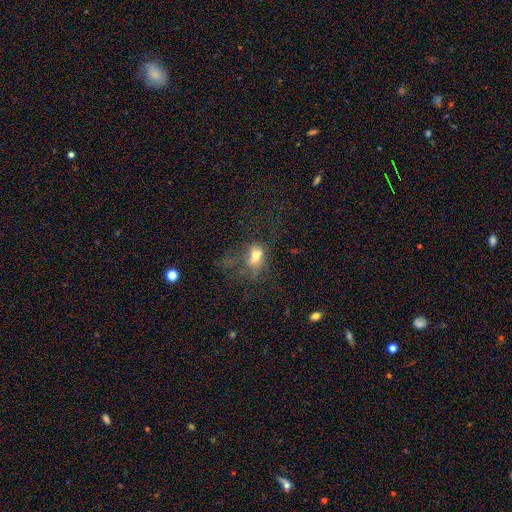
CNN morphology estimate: Smooth or featured?
  - smooth: 59% *
  - featured or disk: 23%
  - star or artifact: 18%
How rounded?
  - in between: 66% *
  - round: 31%
  - cigar-shaped: 3%
Merging?
  - major disturbance: 34% *
  - none: 30%
  - merger: 19%
  - minor disturbance: 17%